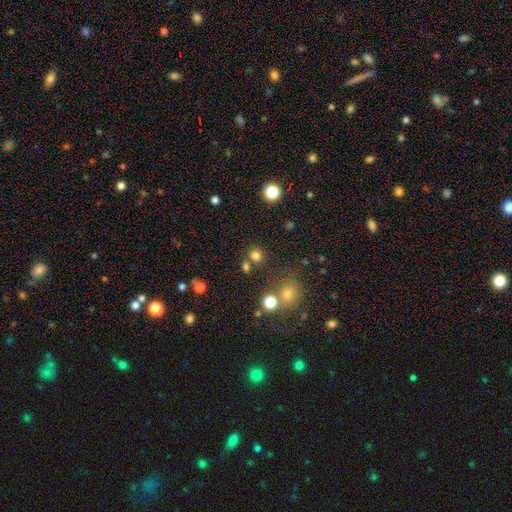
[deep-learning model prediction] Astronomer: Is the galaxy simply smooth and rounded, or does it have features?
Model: smooth — 75%.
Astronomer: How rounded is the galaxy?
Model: round — 82%.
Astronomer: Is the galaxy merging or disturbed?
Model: none — 73%.